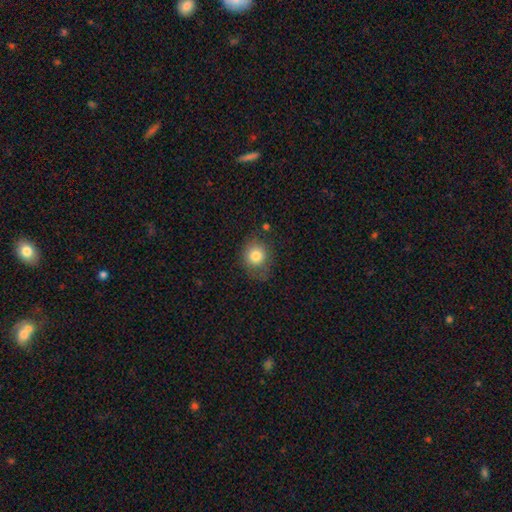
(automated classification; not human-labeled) The model was most divided on "merging": none: 69%, minor disturbance: 21%, major disturbance: 7%, merger: 3%. More confident: smooth or featured — smooth (81%); how rounded — round (74%).